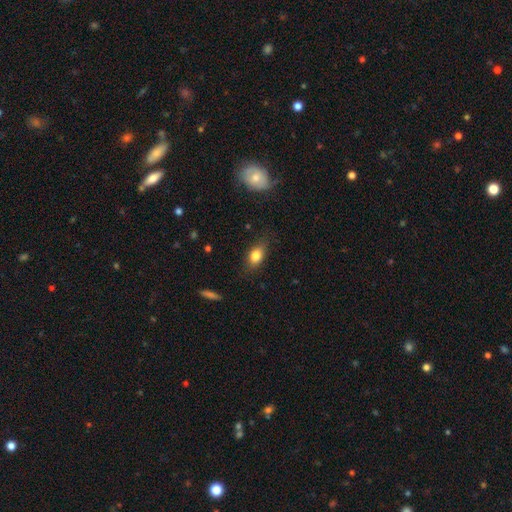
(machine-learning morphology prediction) Q: Smooth or featured?
A: smooth (81%); runner-up: featured or disk (11%)
Q: How rounded?
A: in between (80%); runner-up: round (15%)
Q: Merging?
A: none (78%); runner-up: minor disturbance (16%)